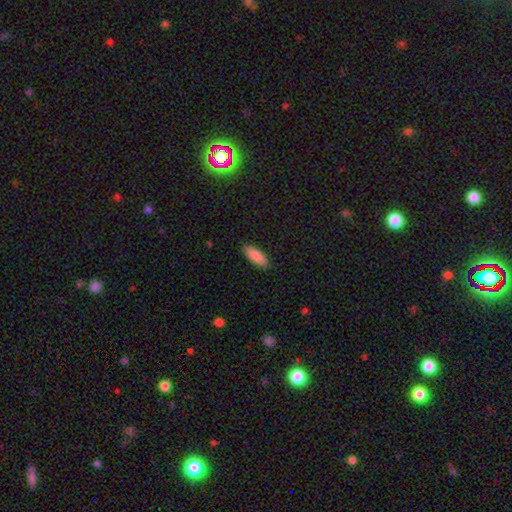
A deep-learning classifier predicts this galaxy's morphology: Smooth or featured? smooth (88%)
How rounded? in between (66%)
Merging? none (88%)